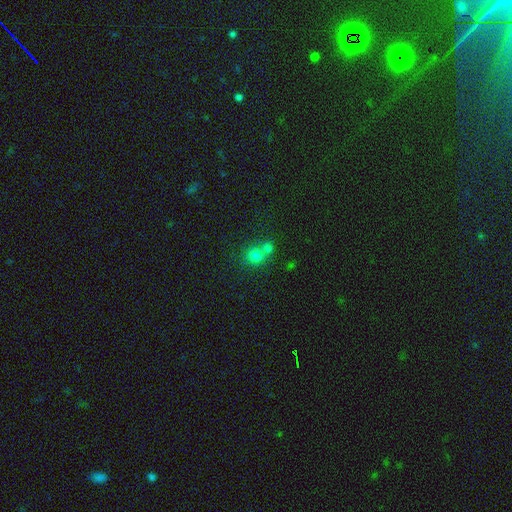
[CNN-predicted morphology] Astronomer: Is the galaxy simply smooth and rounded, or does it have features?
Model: smooth — 77%.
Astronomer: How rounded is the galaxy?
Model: round — 87%.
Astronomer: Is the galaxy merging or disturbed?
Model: none — 45%, tied with merger at 45%.